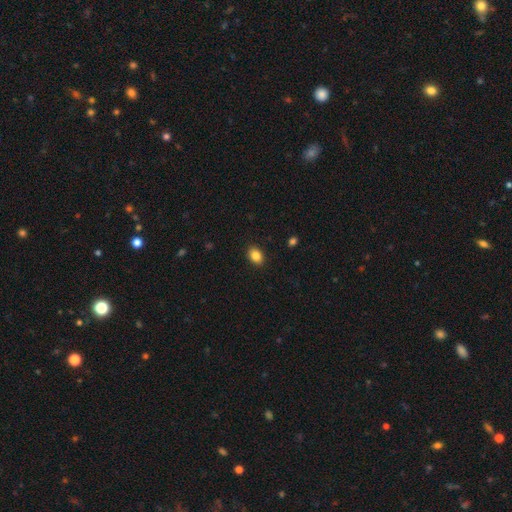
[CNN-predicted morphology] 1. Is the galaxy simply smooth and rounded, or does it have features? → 86% smooth, 9% star or artifact, 5% featured or disk.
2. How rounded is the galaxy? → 74% in between, 25% round, 1% cigar-shaped.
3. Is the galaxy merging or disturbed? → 90% none, 7% minor disturbance, 2% major disturbance, 1% merger.